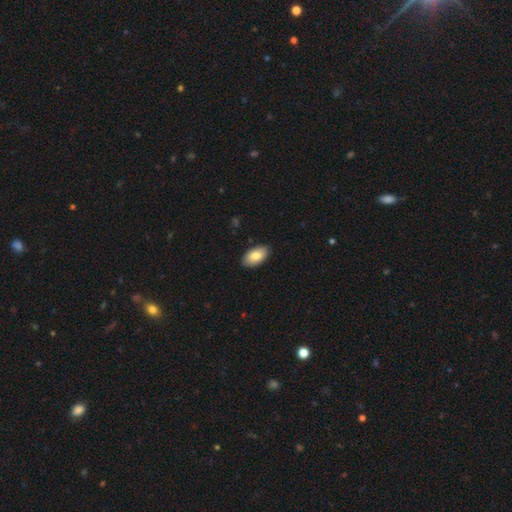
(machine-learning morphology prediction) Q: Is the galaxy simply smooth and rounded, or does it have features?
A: smooth — 81%.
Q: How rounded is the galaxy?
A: in between — 95%.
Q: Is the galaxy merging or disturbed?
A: none — 88%.